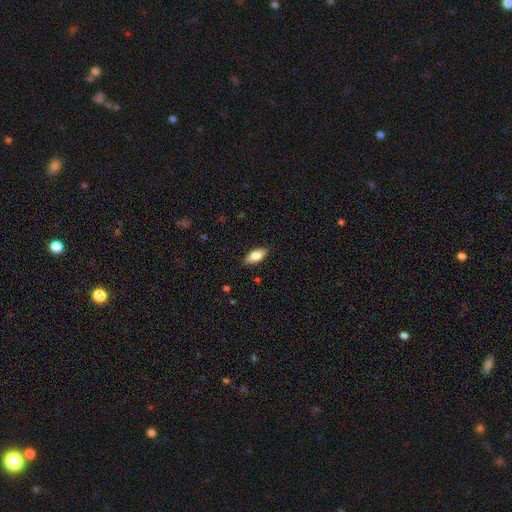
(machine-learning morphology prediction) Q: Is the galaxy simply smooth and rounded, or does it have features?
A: smooth — 77%.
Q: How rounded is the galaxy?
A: in between — 85%.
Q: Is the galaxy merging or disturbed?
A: none — 87%.